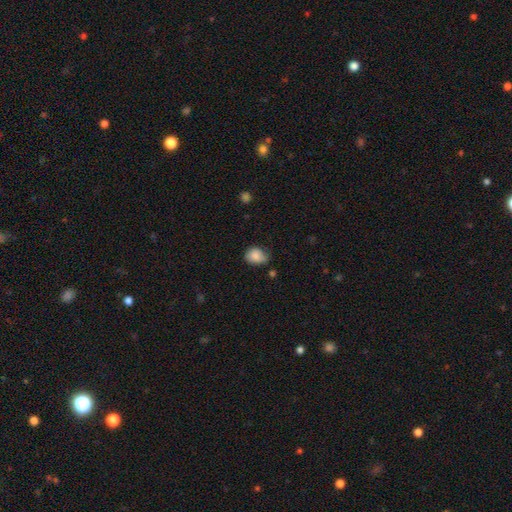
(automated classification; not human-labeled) smooth-or-featured: smooth: 79% | featured or disk: 12% | star or artifact: 9%
  how-rounded: in between: 50% | round: 49% | cigar-shaped: 1%
  merging: none: 51% | minor disturbance: 37% | major disturbance: 9% | merger: 3%